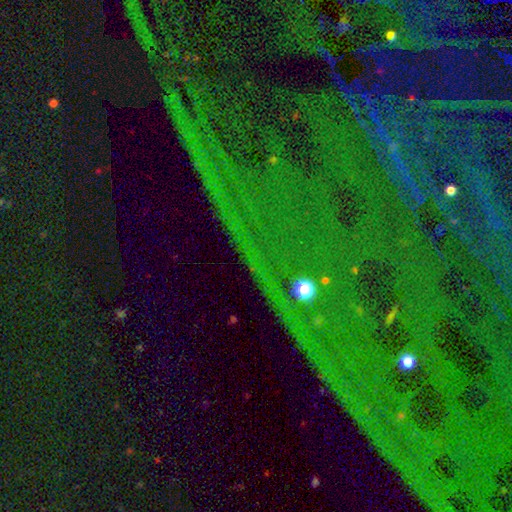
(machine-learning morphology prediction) Smooth or featured? star or artifact (83%)